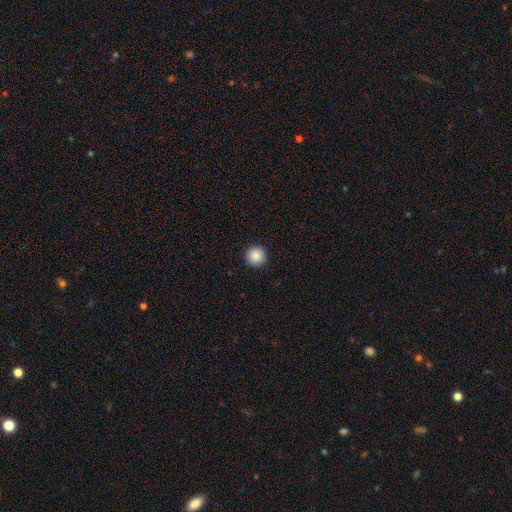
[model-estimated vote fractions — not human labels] smooth_or_featured: smooth (p=0.88) [alt: star or artifact p=0.09]
how_rounded: round (p=0.96) [alt: in between p=0.03]
merging: none (p=0.93) [alt: minor disturbance p=0.05]